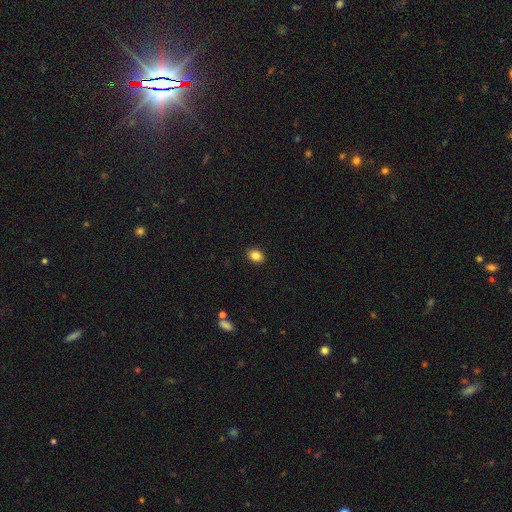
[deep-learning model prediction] Smooth or featured? smooth (84%)
How rounded? in between (53%)
Merging? none (91%)